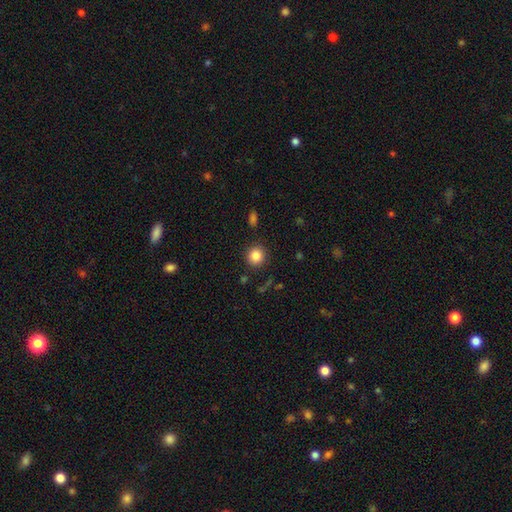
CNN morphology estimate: Q: Smooth or featured?
A: smooth (85%); runner-up: star or artifact (10%)
Q: How rounded?
A: round (90%); runner-up: in between (9%)
Q: Merging?
A: none (89%); runner-up: minor disturbance (7%)